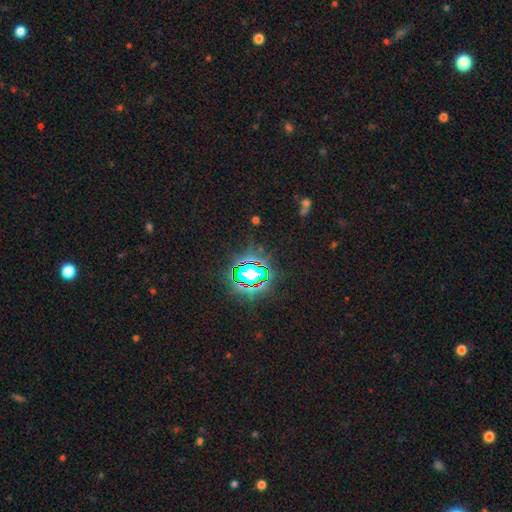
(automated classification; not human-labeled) Smooth or featured: star or artifact — 81% (smooth — 12%)